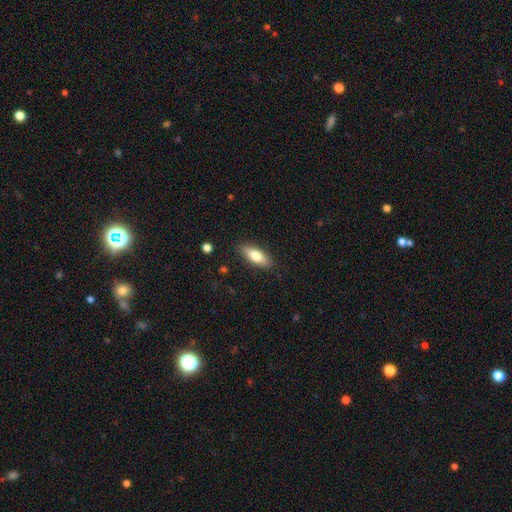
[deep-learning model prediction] A smooth galaxy with no disk features (73%) that is in between round and cigar-shaped (70%).

Vote fractions:
- Smooth or featured? smooth: 73% / featured or disk: 21% / star or artifact: 6%
- How rounded? in between: 70% / cigar-shaped: 27% / round: 2%
- Merging? none: 86% / minor disturbance: 10% / major disturbance: 2% / merger: 1%